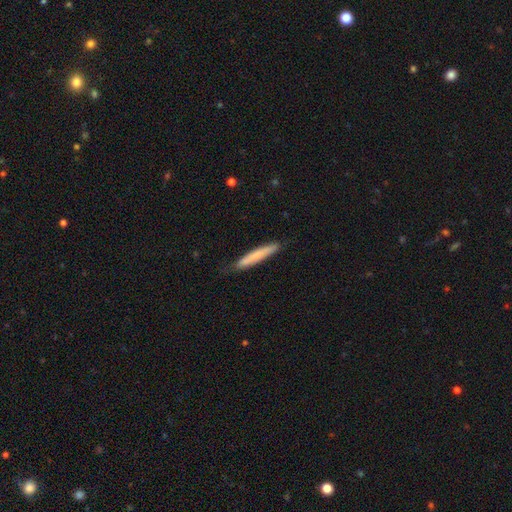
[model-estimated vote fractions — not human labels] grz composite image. It shows a smooth galaxy with no disk features (71%) that is cigar-shaped (94%). Merging: none (79%).